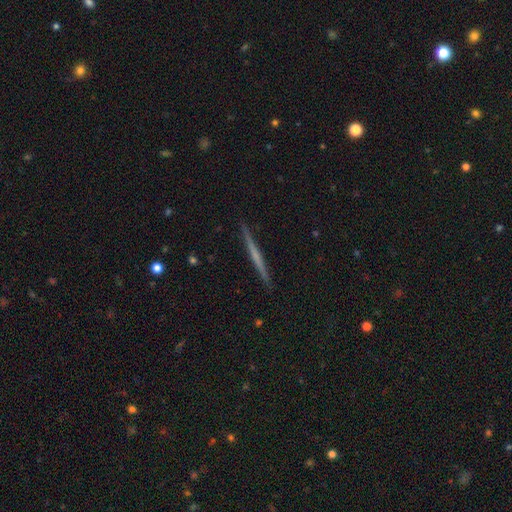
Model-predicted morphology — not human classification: A featured or disk galaxy (58%) viewed edge-on (98%) with no central bulge (78%). Merging: none (92%).